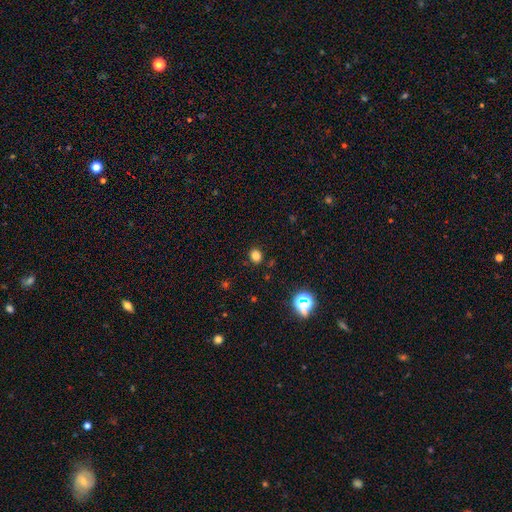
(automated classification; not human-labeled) smooth_or_featured: smooth (p=0.79) [alt: star or artifact p=0.16]
how_rounded: round (p=0.69) [alt: in between p=0.30]
merging: none (p=0.88) [alt: minor disturbance p=0.08]